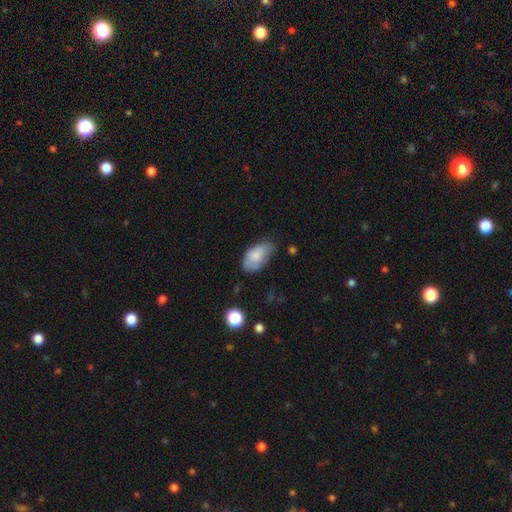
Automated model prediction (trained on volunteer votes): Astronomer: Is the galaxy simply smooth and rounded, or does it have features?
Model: smooth — 81%.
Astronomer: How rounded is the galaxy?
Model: in between — 94%.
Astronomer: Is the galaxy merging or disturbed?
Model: none — 54% (runner-up: minor disturbance, 36%).